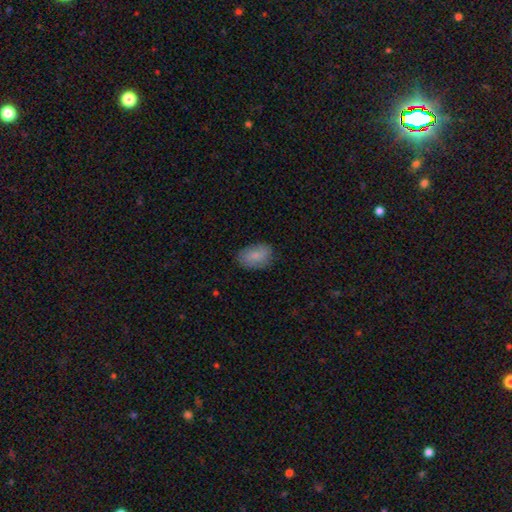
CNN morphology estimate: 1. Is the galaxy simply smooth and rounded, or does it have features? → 82% smooth, 12% featured or disk, 7% star or artifact.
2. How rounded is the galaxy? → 87% in between, 12% round, 1% cigar-shaped.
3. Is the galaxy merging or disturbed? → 80% none, 16% minor disturbance, 3% major disturbance, 1% merger.